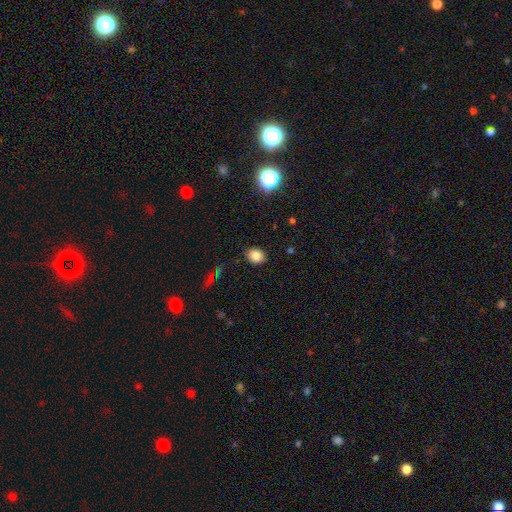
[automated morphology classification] Smooth or featured? smooth (82%)
How rounded? round (52%)
Merging? none (88%)